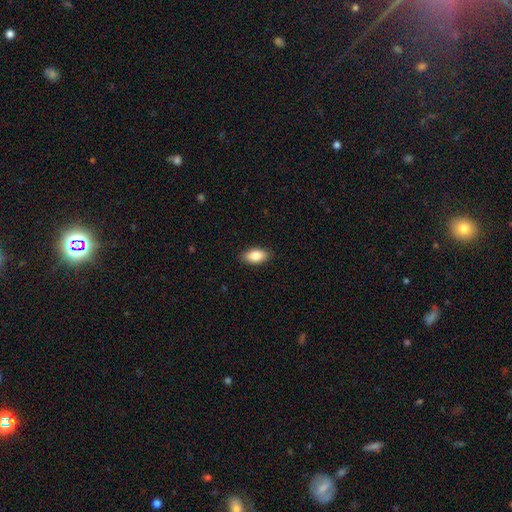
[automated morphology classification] Smooth or featured? Predicted: smooth (p=0.85). How rounded? Predicted: in between (p=0.92). Merging? Predicted: none (p=0.88).